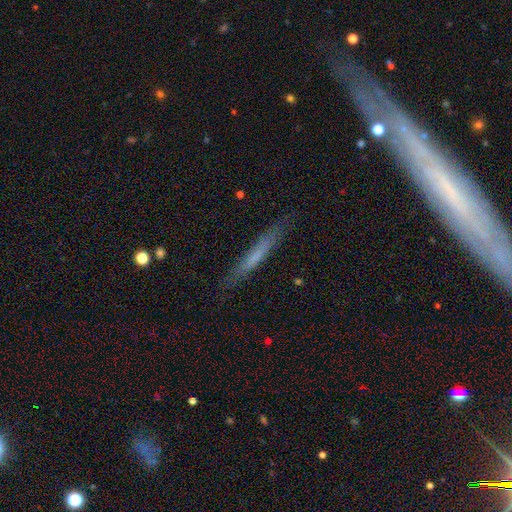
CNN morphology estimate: smooth-or-featured: smooth: 56% | featured or disk: 37% | star or artifact: 7%
  how-rounded: cigar-shaped: 95% | in between: 4% | round: 1%
  merging: none: 83% | minor disturbance: 12% | major disturbance: 3% | merger: 1%